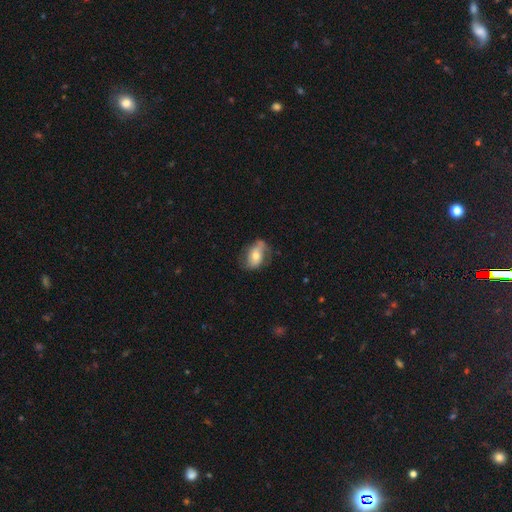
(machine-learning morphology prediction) type=smooth (47%); merging=none (57%).